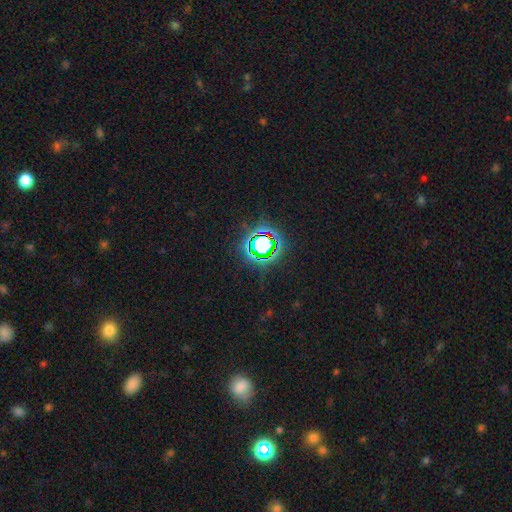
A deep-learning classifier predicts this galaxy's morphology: Overall: star or artifact (76%).